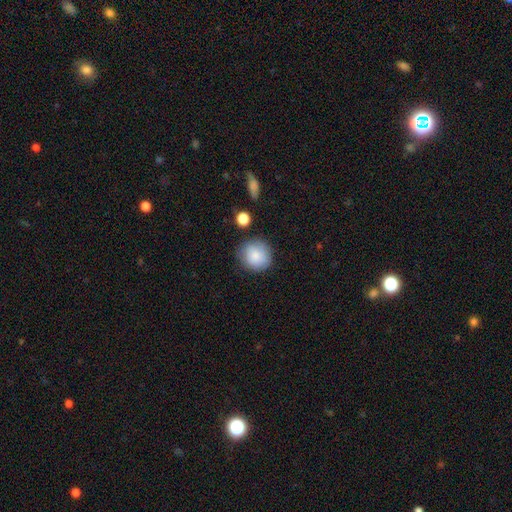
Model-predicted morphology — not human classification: smooth 85%, star or artifact 8%, featured or disk 7%. Down the decision tree: how rounded — round (88%); merging — none (79%).